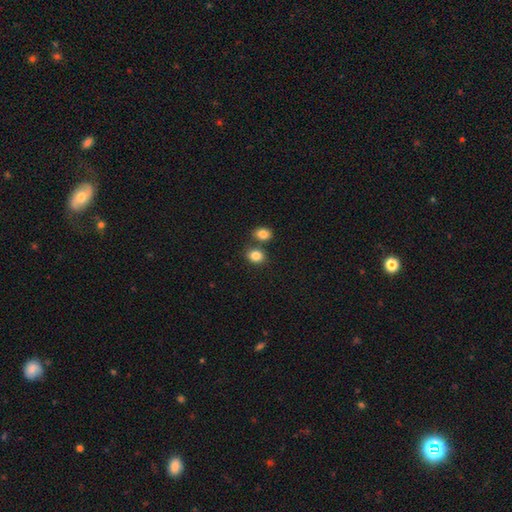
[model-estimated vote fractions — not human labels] Morphology: type=smooth (84%); roundness=round (50%); merging=none (62%).